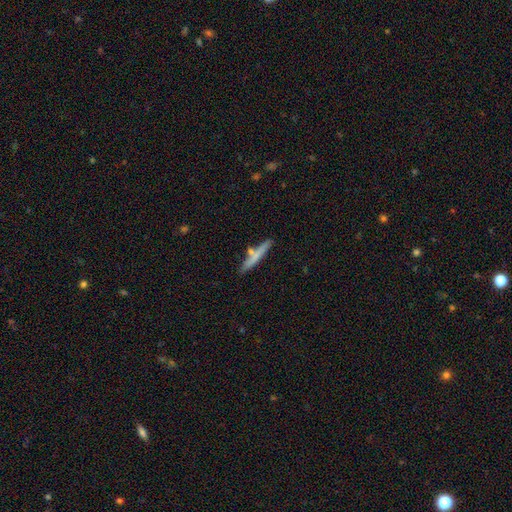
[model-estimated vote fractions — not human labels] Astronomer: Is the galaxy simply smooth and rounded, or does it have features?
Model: smooth — 62%.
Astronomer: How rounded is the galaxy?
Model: cigar-shaped — 93%.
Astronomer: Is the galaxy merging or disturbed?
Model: none — 74%.